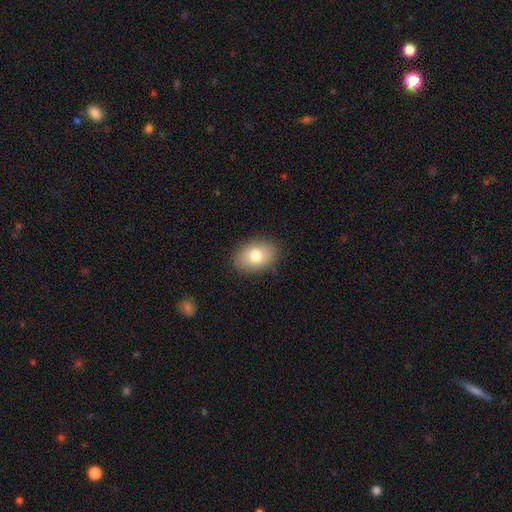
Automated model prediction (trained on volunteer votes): Smooth or featured: smooth — 78% (featured or disk — 14%)
How rounded: in between — 81% (round — 18%)
Merging: none — 87% (minor disturbance — 10%)